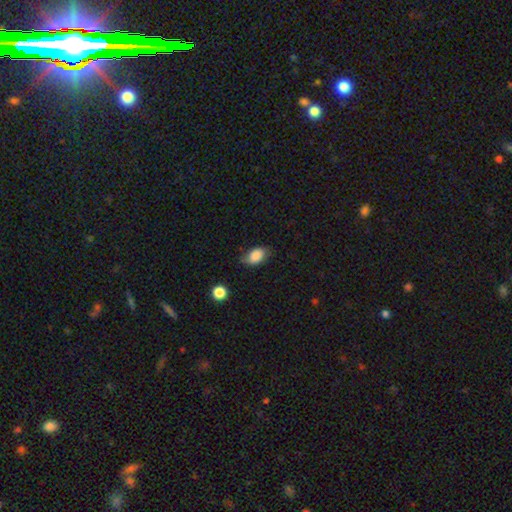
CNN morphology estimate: Smooth or featured: smooth — 82% (featured or disk — 10%)
How rounded: in between — 89% (round — 10%)
Merging: none — 69% (minor disturbance — 24%)